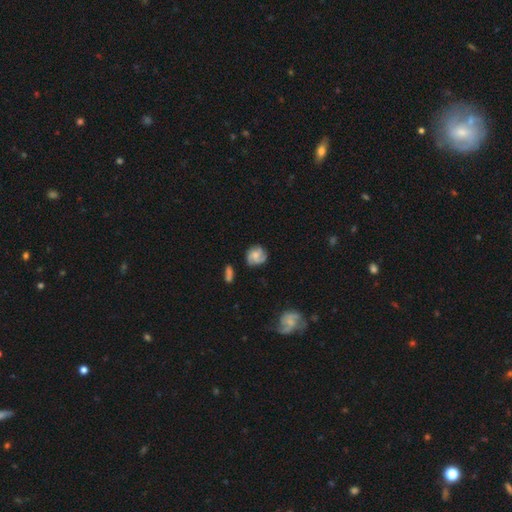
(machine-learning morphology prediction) This appears to be a featured or disk galaxy (58%) with no bar (65%), 3 (40%) medium (42%) spiral arms (90%) and a moderate central bulge (41%). Merging: none (68%).